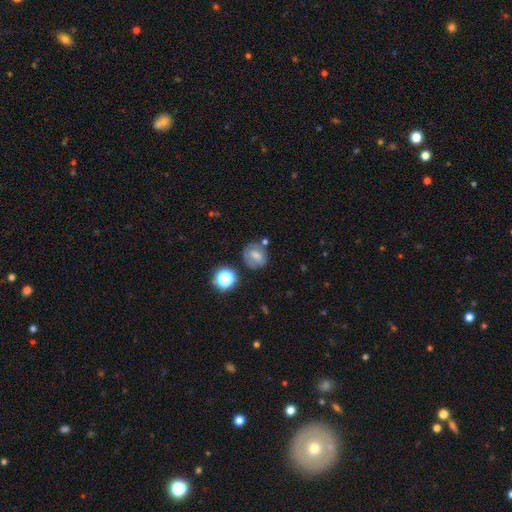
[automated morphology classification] Overall: smooth (62%; featured or disk 23%). How rounded: round (68%; in between 31%). Merging: none (63%).